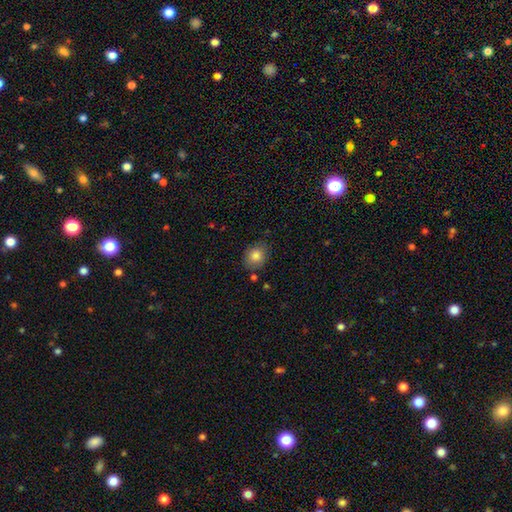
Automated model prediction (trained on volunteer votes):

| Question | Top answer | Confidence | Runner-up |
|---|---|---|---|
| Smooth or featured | smooth | 83% | star or artifact (8%) |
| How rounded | round | 68% | in between (31%) |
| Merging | none | 75% | minor disturbance (18%) |